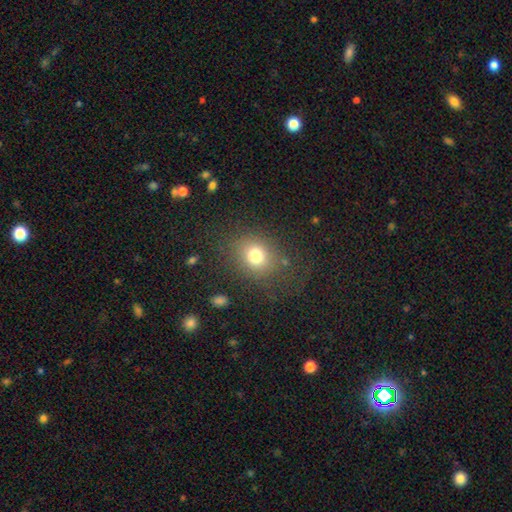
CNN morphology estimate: The model was most divided on "how rounded": round: 63%, in between: 36%, cigar-shaped: 1%. More confident: smooth or featured — smooth (76%); merging — none (76%).